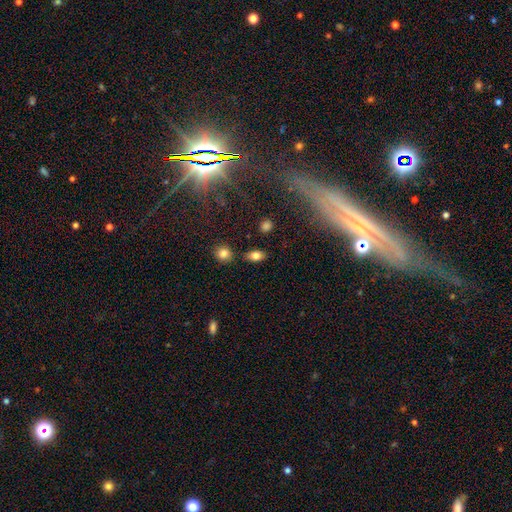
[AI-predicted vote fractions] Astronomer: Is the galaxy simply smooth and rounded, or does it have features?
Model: smooth — 80%.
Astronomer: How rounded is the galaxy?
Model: in between — 87%.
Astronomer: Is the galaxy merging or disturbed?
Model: none — 81%.